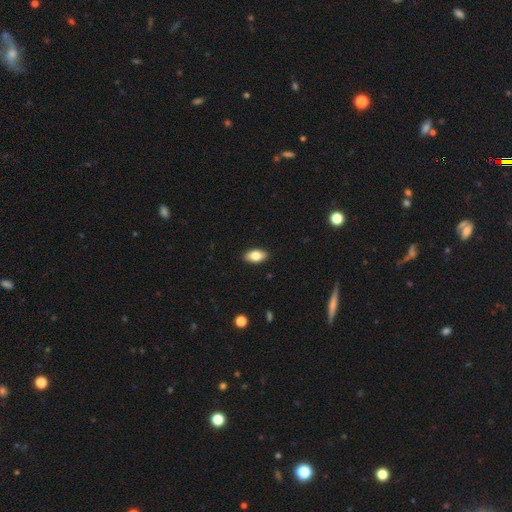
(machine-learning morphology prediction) smooth 81%, featured or disk 11%, star or artifact 7%. Down the decision tree: how rounded — in between (92%); merging — none (90%).